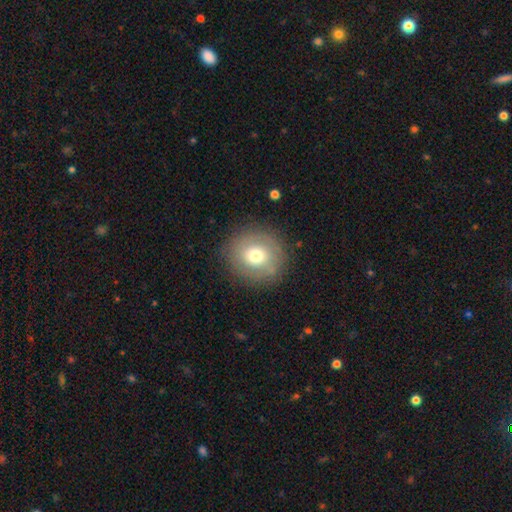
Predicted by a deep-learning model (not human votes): smooth_or_featured: smooth (p=0.67) [alt: featured or disk p=0.23]
how_rounded: round (p=0.92) [alt: in between p=0.07]
merging: none (p=0.86) [alt: minor disturbance p=0.09]